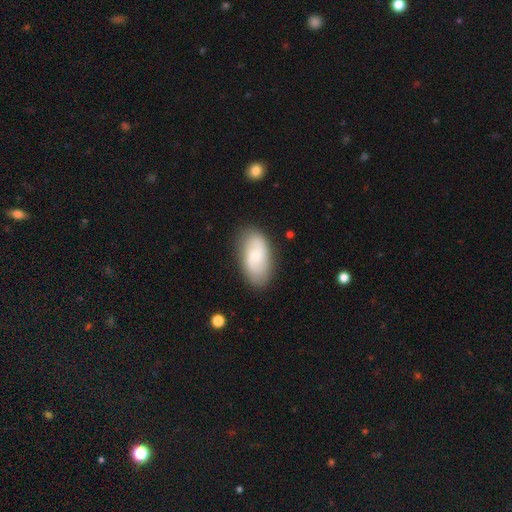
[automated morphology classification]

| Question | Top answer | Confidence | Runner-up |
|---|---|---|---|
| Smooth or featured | featured or disk | 48% | smooth (46%) |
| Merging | none | 82% | minor disturbance (13%) |